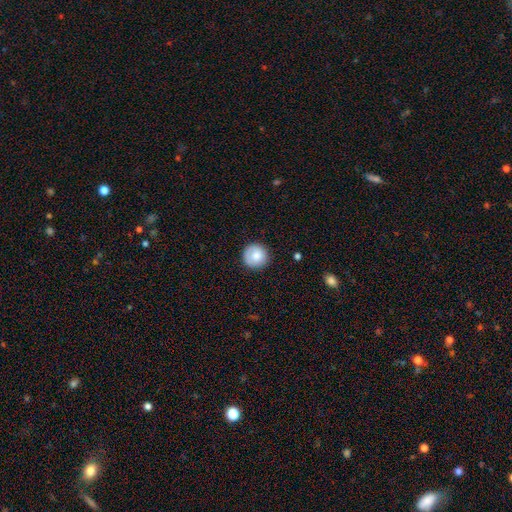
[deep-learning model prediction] Morphology: type=smooth (82%); roundness=round (95%); merging=none (86%).